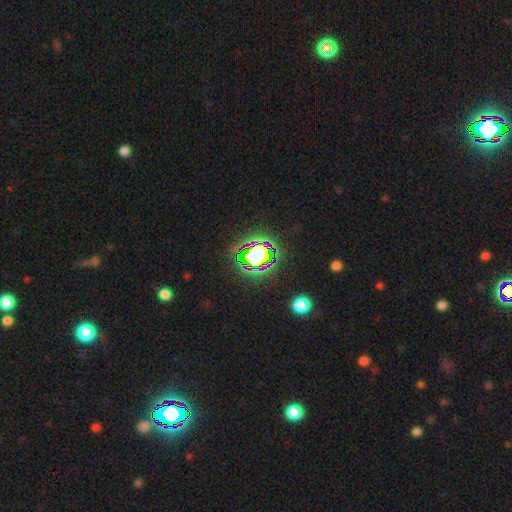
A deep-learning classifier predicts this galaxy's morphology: The model was most divided on "smooth or featured": star or artifact: 71%, smooth: 16%, featured or disk: 13%.